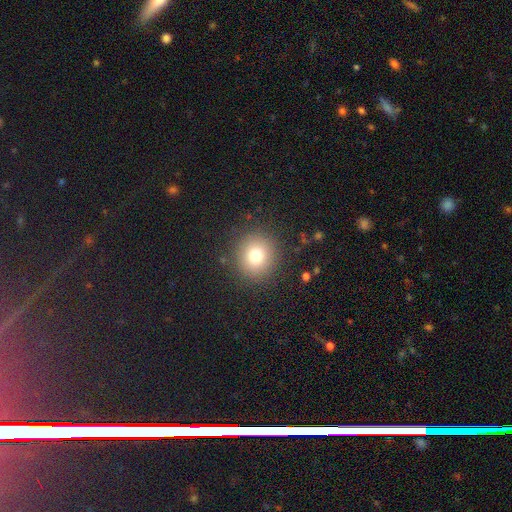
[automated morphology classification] type=smooth (77%); roundness=round (91%); merging=none (89%).